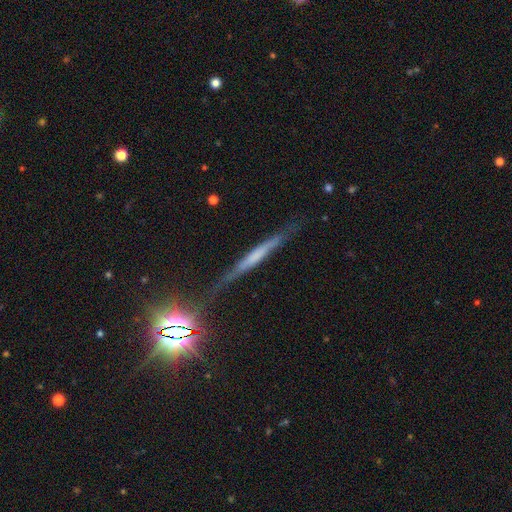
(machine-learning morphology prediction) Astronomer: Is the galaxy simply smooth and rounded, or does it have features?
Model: featured or disk — 52% (runner-up: smooth, 34%).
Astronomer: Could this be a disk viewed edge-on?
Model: yes — 93%.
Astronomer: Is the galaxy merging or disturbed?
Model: none — 75%.